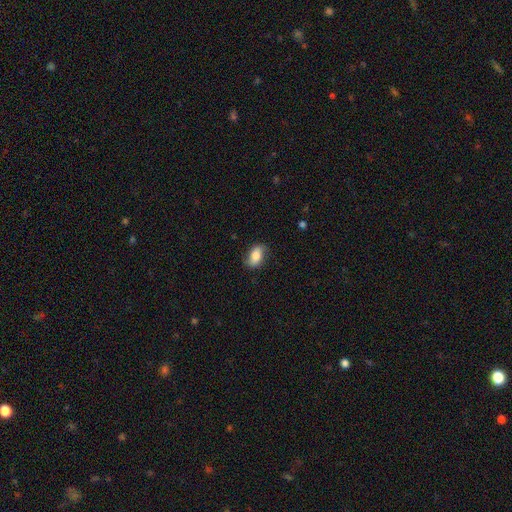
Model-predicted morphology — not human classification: Q: Smooth or featured?
A: smooth (67%); runner-up: featured or disk (25%)
Q: How rounded?
A: in between (87%); runner-up: round (11%)
Q: Merging?
A: none (76%); runner-up: minor disturbance (18%)